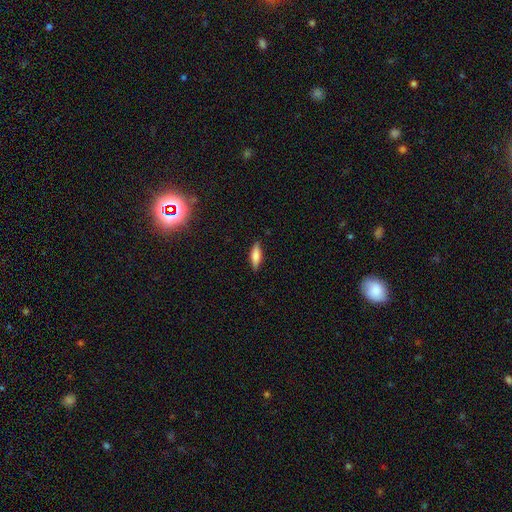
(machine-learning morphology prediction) smooth_or_featured: smooth (p=0.75) [alt: featured or disk p=0.17]
how_rounded: in between (p=0.56) [alt: cigar-shaped p=0.42]
merging: none (p=0.86) [alt: minor disturbance p=0.10]